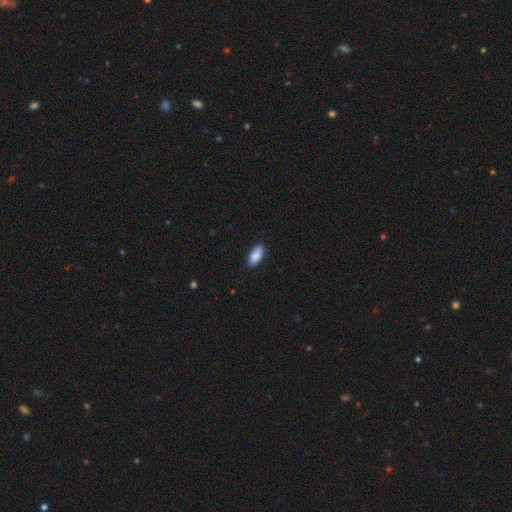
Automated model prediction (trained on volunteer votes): Smooth or featured?
  - smooth: 87% *
  - featured or disk: 7%
  - star or artifact: 7%
How rounded?
  - in between: 92% *
  - cigar-shaped: 6%
  - round: 2%
Merging?
  - none: 86% *
  - minor disturbance: 11%
  - major disturbance: 2%
  - merger: 1%